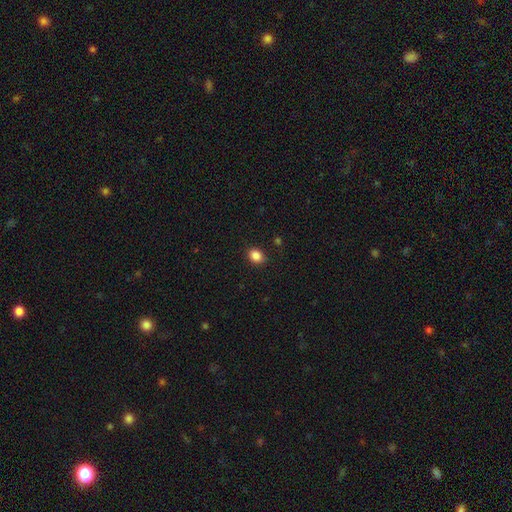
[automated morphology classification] type=smooth (87%); roundness=in between (51%); merging=none (89%).